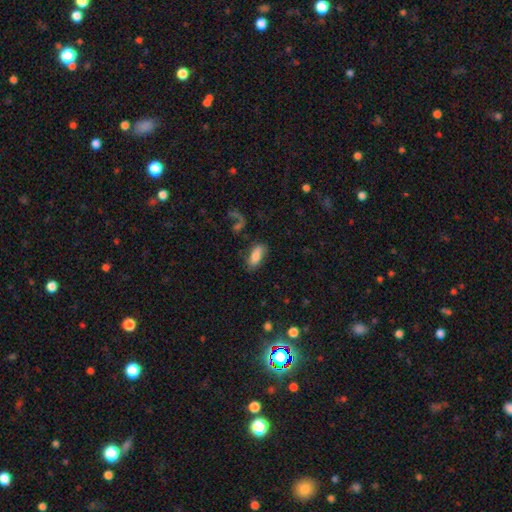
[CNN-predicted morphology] Smooth or featured? smooth (77%)
How rounded? in between (86%)
Merging? none (66%)